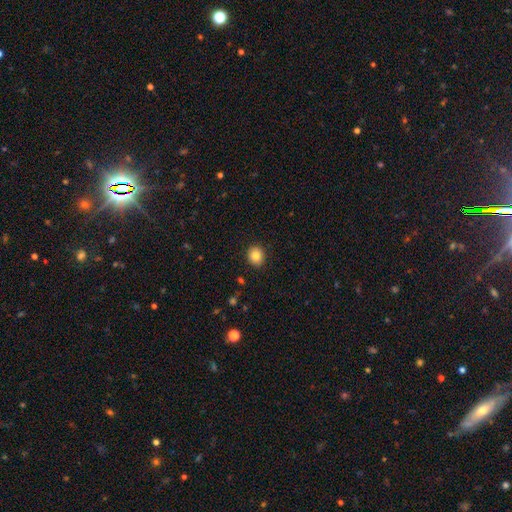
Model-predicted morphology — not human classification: This is clearly a smooth galaxy (83%). How rounded: likely round (75%). Merging: clearly none (90%).